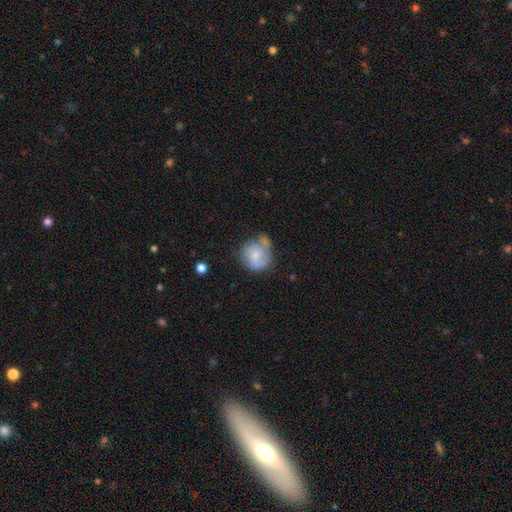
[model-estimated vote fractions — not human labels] Q: Smooth or featured?
A: smooth (52%); runner-up: featured or disk (40%)
Q: How rounded?
A: round (77%); runner-up: in between (22%)
Q: Merging?
A: none (40%); runner-up: minor disturbance (25%)